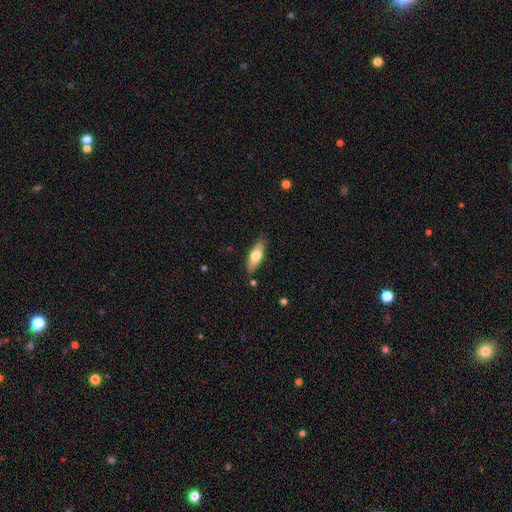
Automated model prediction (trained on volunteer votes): Smooth or featured? Predicted: smooth (p=0.61). How rounded? Predicted: in between (p=0.56). Merging? Predicted: none (p=0.83).